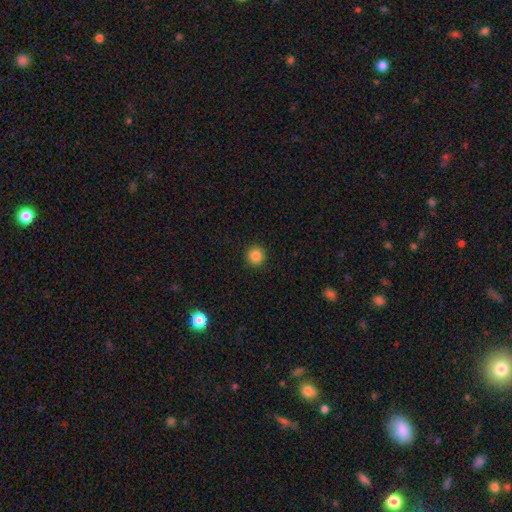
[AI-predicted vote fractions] Smooth or featured? Predicted: smooth (p=0.86). How rounded? Predicted: round (p=0.94). Merging? Predicted: none (p=0.93).